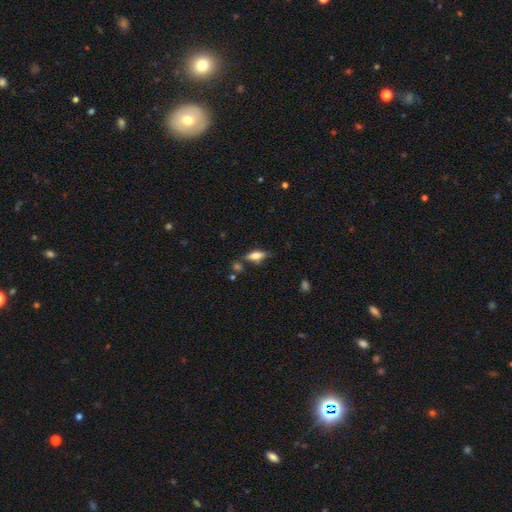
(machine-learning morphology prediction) This appears to be a smooth galaxy with no disk features (68%) that is in between round and cigar-shaped (65%). Merging: none (63%).